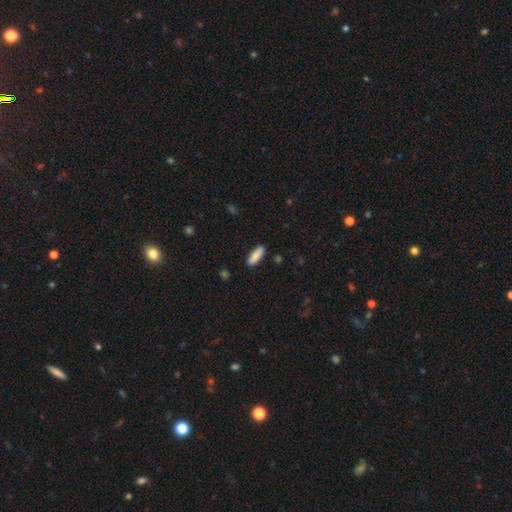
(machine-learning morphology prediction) The model was most divided on "how rounded": in between: 51%, cigar-shaped: 48%, round: 2%. More confident: smooth or featured — smooth (88%); merging — none (88%).